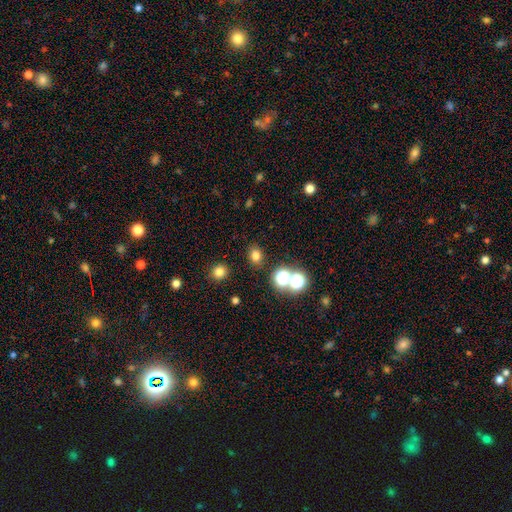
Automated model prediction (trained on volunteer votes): smooth_or_featured: smooth (p=0.74) [alt: star or artifact p=0.21]
how_rounded: round (p=0.60) [alt: in between p=0.38]
merging: none (p=0.84) [alt: minor disturbance p=0.08]